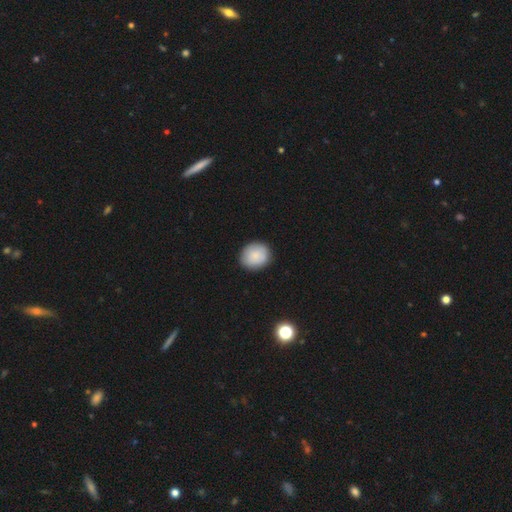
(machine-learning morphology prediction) Smooth or featured?
  - smooth: 85% *
  - featured or disk: 7%
  - star or artifact: 7%
How rounded?
  - round: 73% *
  - in between: 26%
  - cigar-shaped: 1%
Merging?
  - none: 88% *
  - minor disturbance: 9%
  - major disturbance: 2%
  - merger: 1%